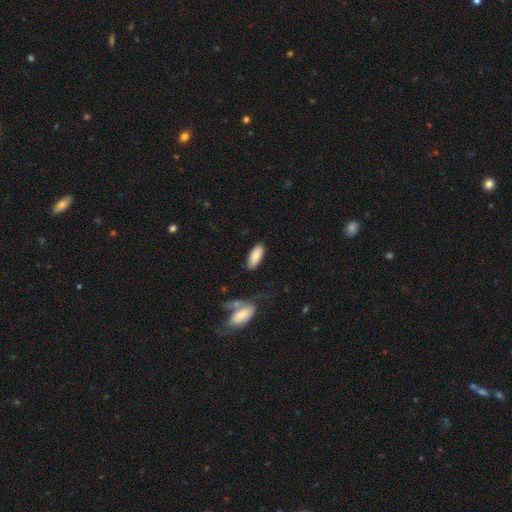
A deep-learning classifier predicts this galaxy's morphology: This is clearly a smooth galaxy (86%). How rounded: clearly in between (84%). Merging: likely none (78%).